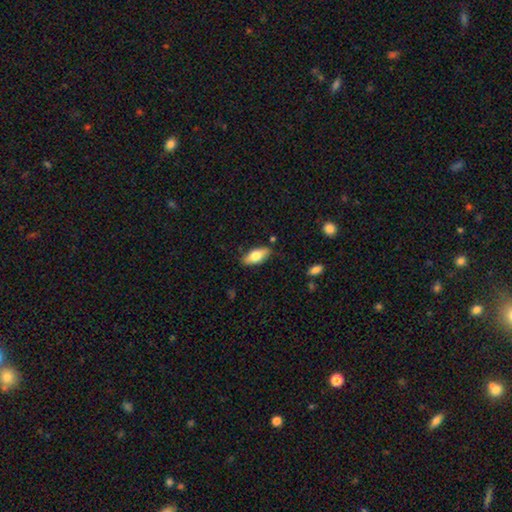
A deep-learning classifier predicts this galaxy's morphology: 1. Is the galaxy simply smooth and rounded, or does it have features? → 69% smooth, 25% featured or disk, 6% star or artifact.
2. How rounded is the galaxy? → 82% in between, 15% cigar-shaped, 3% round.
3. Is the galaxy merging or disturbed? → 83% none, 13% minor disturbance, 2% major disturbance, 2% merger.